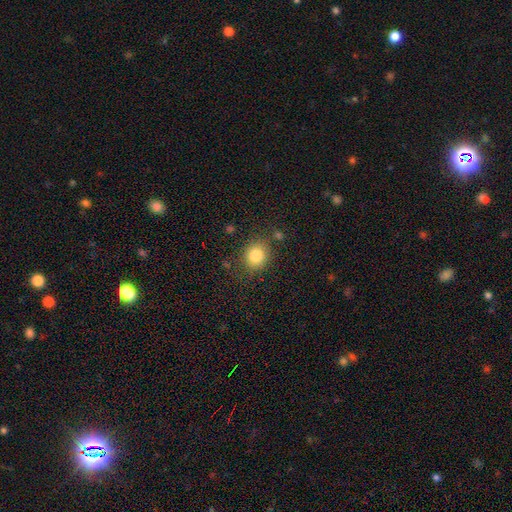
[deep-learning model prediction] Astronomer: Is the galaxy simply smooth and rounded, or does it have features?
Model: smooth — 84%.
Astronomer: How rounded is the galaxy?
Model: round — 76%.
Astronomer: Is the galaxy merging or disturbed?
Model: none — 80%.